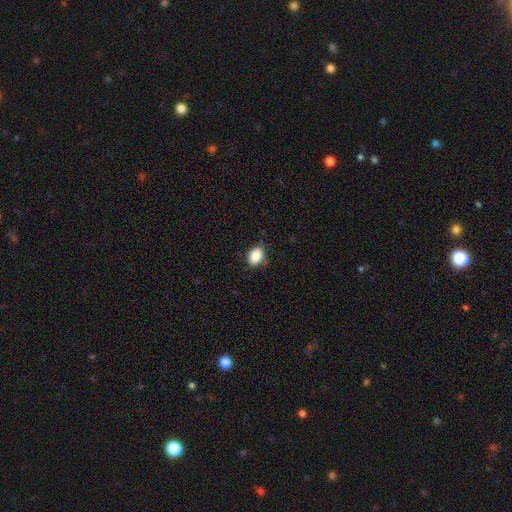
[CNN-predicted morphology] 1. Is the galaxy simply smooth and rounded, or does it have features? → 86% smooth, 8% star or artifact, 5% featured or disk.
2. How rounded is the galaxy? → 74% in between, 25% round, 1% cigar-shaped.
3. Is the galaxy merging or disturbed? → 80% none, 16% minor disturbance, 3% major disturbance, 1% merger.